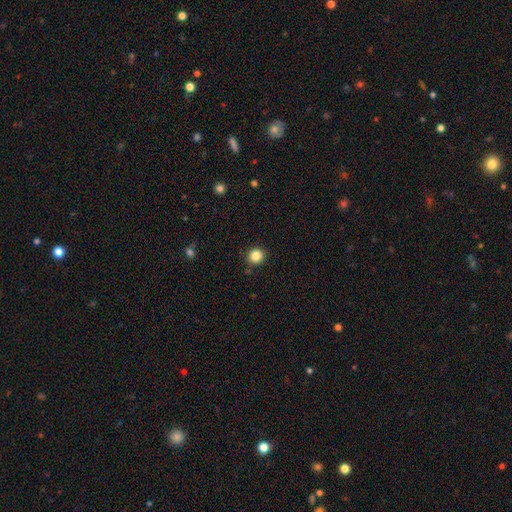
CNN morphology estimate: A smooth galaxy with no disk features (85%) that is round (86%). Merging: none (89%).